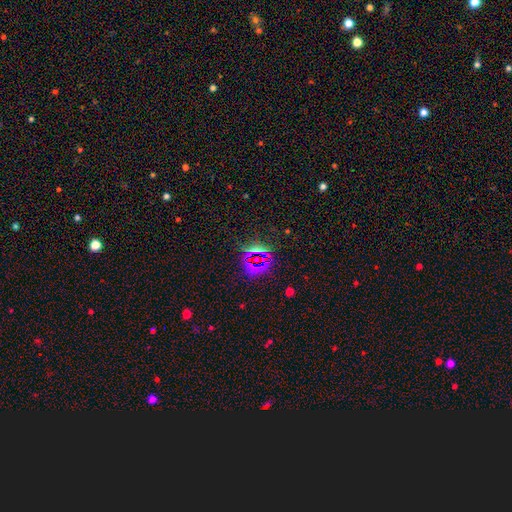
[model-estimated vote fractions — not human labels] Smooth or featured: star or artifact — 67% (smooth — 23%)